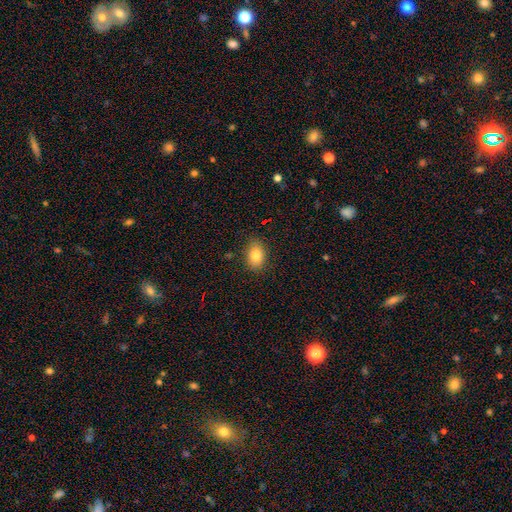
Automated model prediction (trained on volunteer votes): A smooth galaxy with no disk features (83%) that is in between round and cigar-shaped (81%). Merging: none (86%).